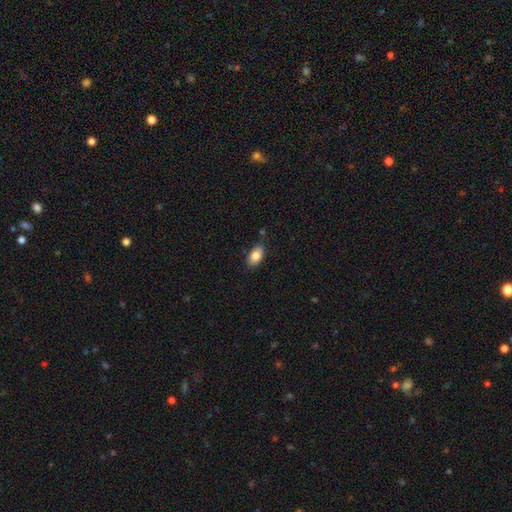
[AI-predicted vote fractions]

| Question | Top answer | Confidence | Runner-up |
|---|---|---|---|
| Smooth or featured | smooth | 83% | featured or disk (9%) |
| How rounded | in between | 92% | round (6%) |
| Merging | none | 81% | minor disturbance (14%) |